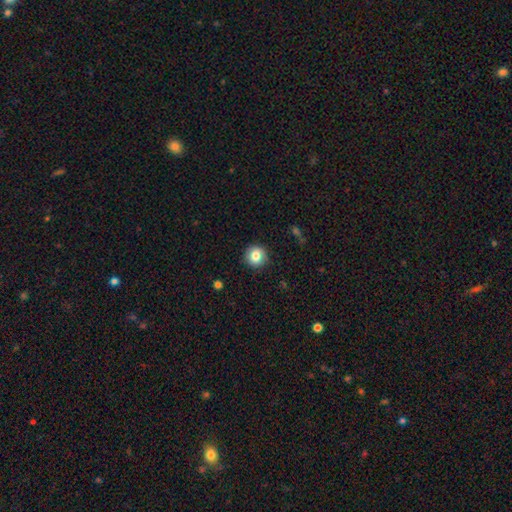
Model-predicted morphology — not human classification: smooth_or_featured: smooth (p=0.82) [alt: star or artifact p=0.09]
how_rounded: round (p=0.93) [alt: in between p=0.06]
merging: none (p=0.89) [alt: minor disturbance p=0.08]